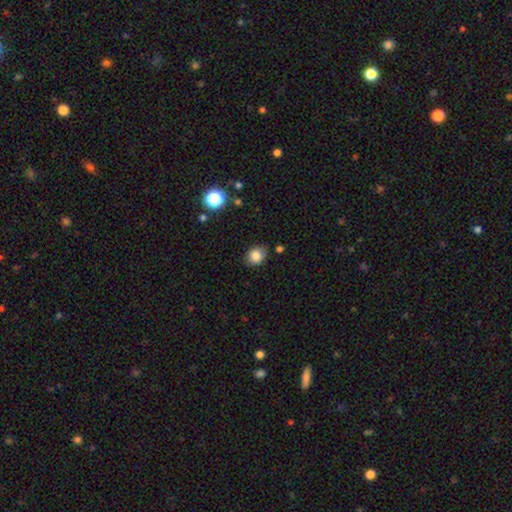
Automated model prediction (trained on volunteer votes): The model was most divided on "how rounded": round: 59%, in between: 40%, cigar-shaped: 1%. More confident: smooth or featured — smooth (83%); merging — none (81%).